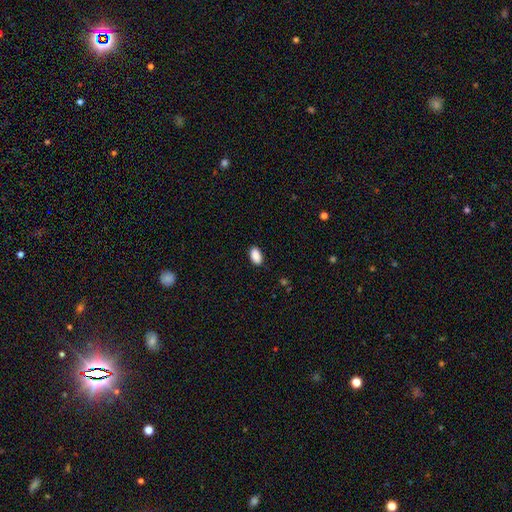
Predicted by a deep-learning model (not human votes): smooth-or-featured: smooth: 90% | star or artifact: 7% | featured or disk: 3%
  how-rounded: in between: 94% | round: 4% | cigar-shaped: 3%
  merging: none: 87% | minor disturbance: 10% | major disturbance: 2% | merger: 1%